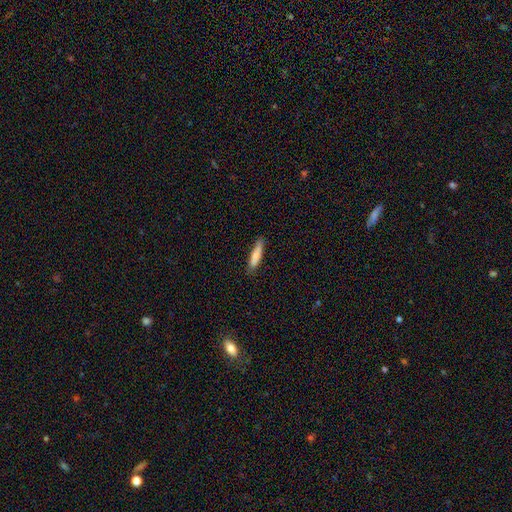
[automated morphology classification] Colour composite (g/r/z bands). It shows a smooth galaxy with no disk features (76%) that is cigar-shaped (80%). Merging: none (81%).